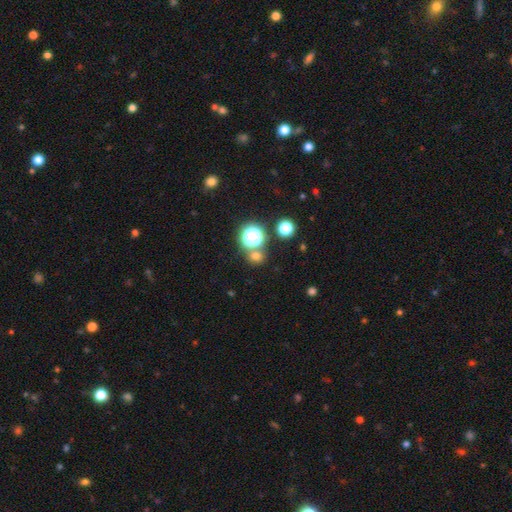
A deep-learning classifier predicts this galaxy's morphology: Overall: smooth (63%; star or artifact 30%). How rounded: round (81%). Merging: none (72%).